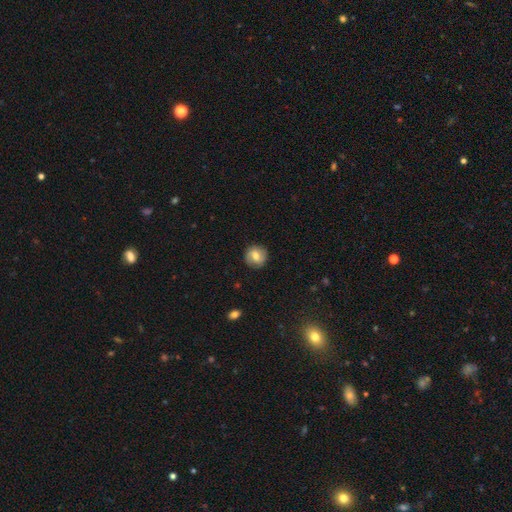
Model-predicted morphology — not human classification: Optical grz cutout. It shows a smooth galaxy with no disk features (62%) that is round (89%). Merging: none (85%).